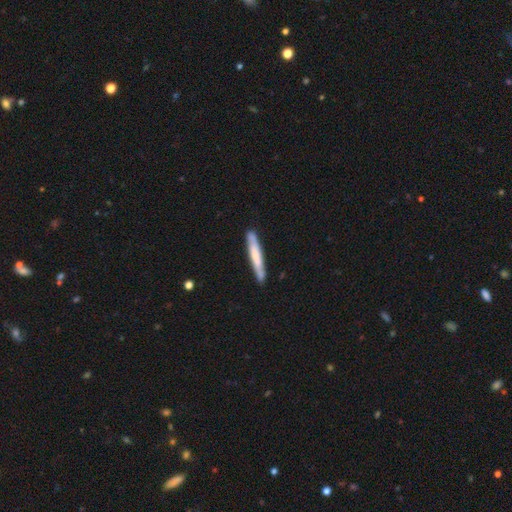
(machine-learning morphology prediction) Q: Smooth or featured?
A: smooth (56%); runner-up: featured or disk (39%)
Q: How rounded?
A: cigar-shaped (95%); runner-up: in between (4%)
Q: Merging?
A: none (84%); runner-up: minor disturbance (12%)